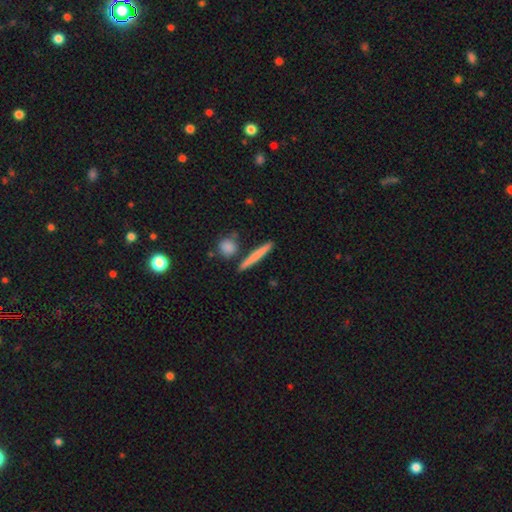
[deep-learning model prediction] This is likely a smooth galaxy (70%). How rounded: clearly cigar-shaped (92%). Merging: clearly none (84%).